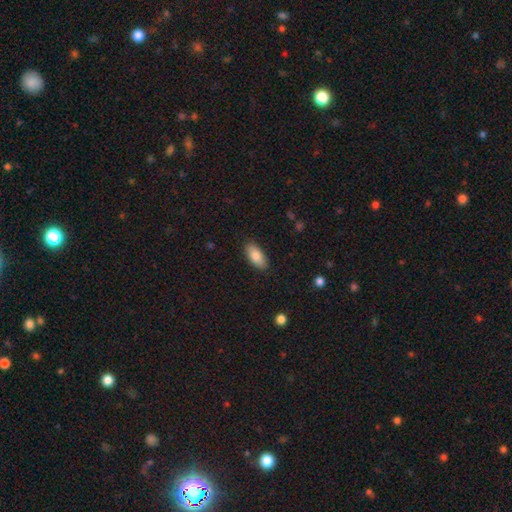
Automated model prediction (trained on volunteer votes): smooth-or-featured: smooth: 86% | featured or disk: 8% | star or artifact: 6%
  how-rounded: in between: 90% | cigar-shaped: 7% | round: 2%
  merging: none: 87% | minor disturbance: 10% | major disturbance: 2% | merger: 1%